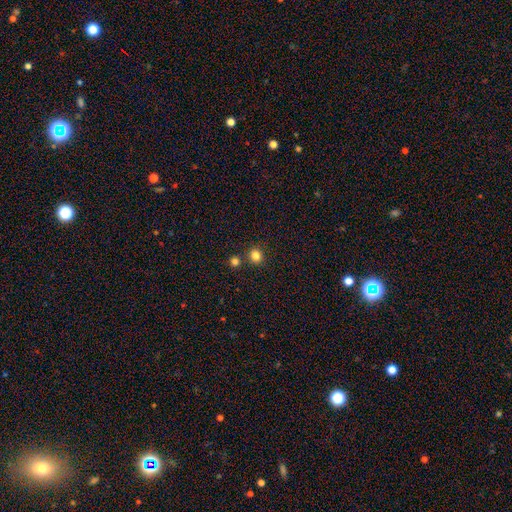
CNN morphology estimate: This is clearly a smooth galaxy (82%). How rounded: clearly round (87%). Merging: likely none (80%).